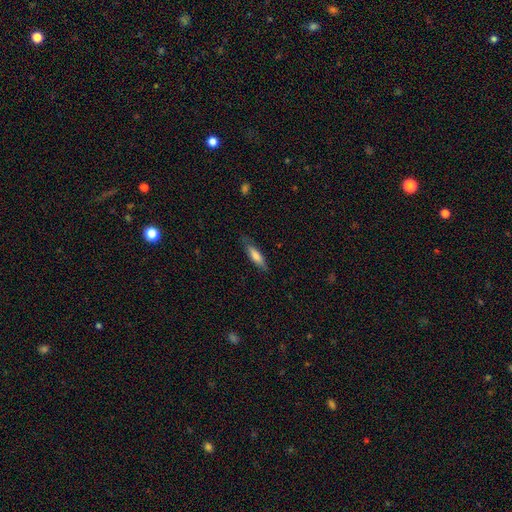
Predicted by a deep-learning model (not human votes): smooth-or-featured: smooth: 71% | featured or disk: 24% | star or artifact: 6%
  how-rounded: cigar-shaped: 69% | in between: 29% | round: 2%
  merging: none: 78% | minor disturbance: 17% | major disturbance: 4% | merger: 1%